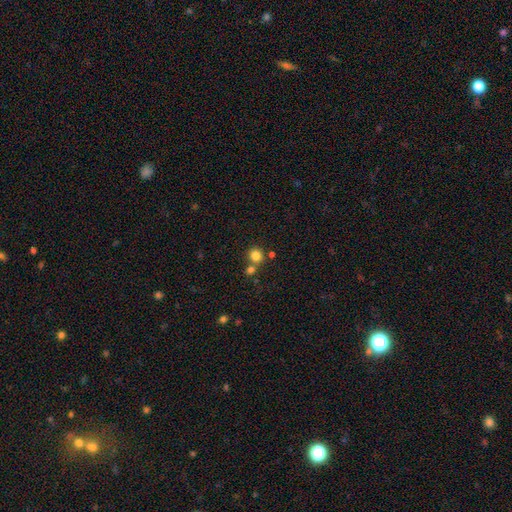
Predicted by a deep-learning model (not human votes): The model was most divided on "merging": none: 67%, merger: 24%, minor disturbance: 7%, major disturbance: 3%. More confident: how rounded — round (89%); smooth or featured — smooth (81%).